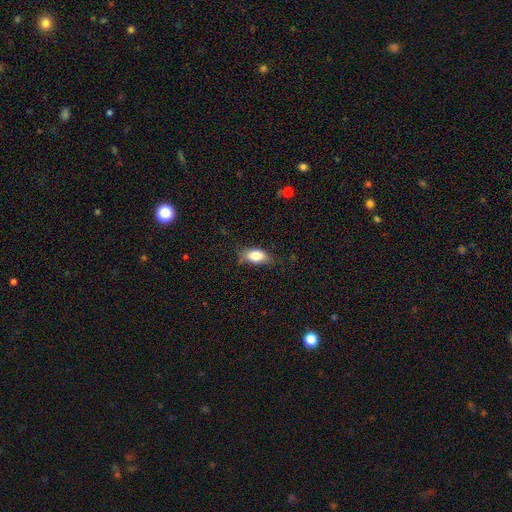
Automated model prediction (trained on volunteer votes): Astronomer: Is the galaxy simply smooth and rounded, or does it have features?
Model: smooth — 80%.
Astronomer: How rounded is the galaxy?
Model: in between — 89%.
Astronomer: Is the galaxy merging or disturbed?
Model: none — 69%.